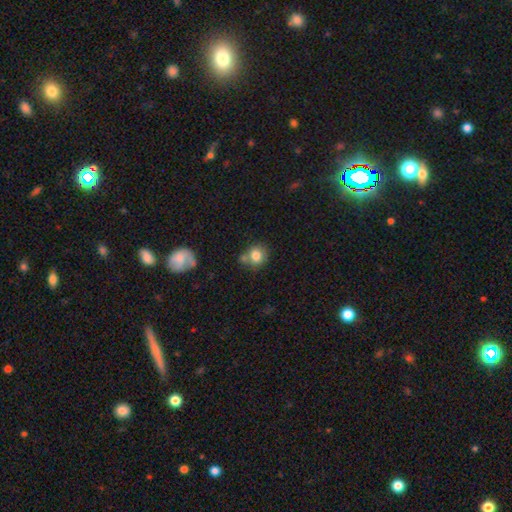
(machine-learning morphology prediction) Smooth or featured: smooth — 81% (featured or disk — 10%)
How rounded: round — 79% (in between — 20%)
Merging: none — 60% (merger — 23%)